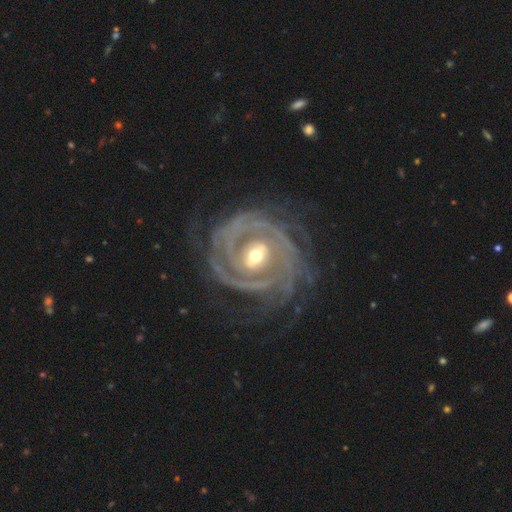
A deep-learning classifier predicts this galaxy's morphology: smooth_or_featured: featured or disk (p=0.91) [alt: star or artifact p=0.05]
disk_edge_on: no (p=0.97) [alt: yes p=0.03]
bar: weak (p=0.40) [alt: strong p=0.37]
has_spiral_arms: yes (p=0.97) [alt: no p=0.03]
spiral_winding: tight (p=0.70) [alt: medium p=0.22]
spiral_arm_count: 2 (p=0.25) [alt: can't tell p=0.23]
bulge_size: moderate (p=0.61) [alt: small p=0.29]
merging: none (p=0.69) [alt: minor disturbance p=0.16]